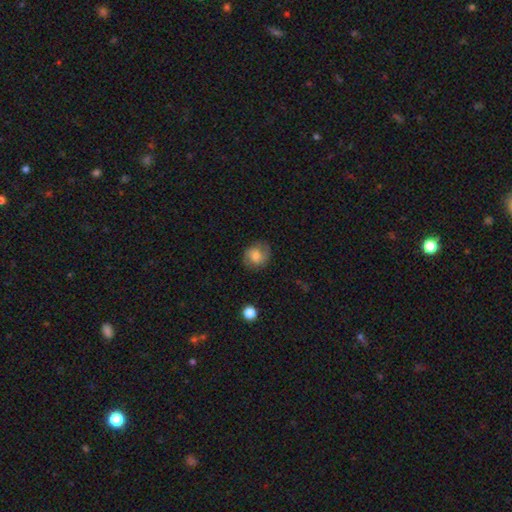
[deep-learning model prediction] A smooth galaxy with no disk features (50%). Merging: none (77%).